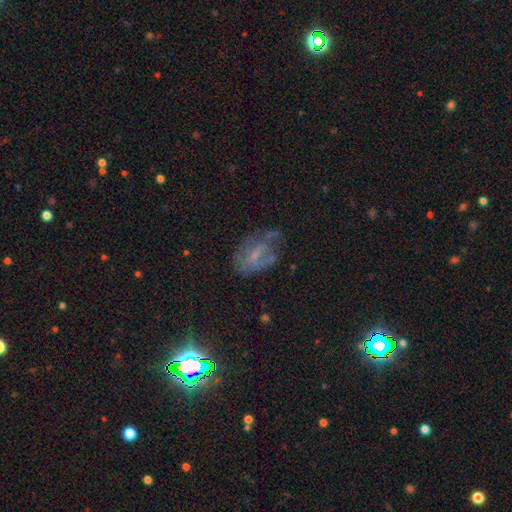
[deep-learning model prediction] A featured or disk galaxy (50%).

Vote fractions:
- Smooth or featured? featured or disk: 50% / smooth: 33% / star or artifact: 17%
- Edge-on disk? no: 96% / yes: 4%
- Merging? none: 39% / major disturbance: 29% / minor disturbance: 28% / merger: 4%